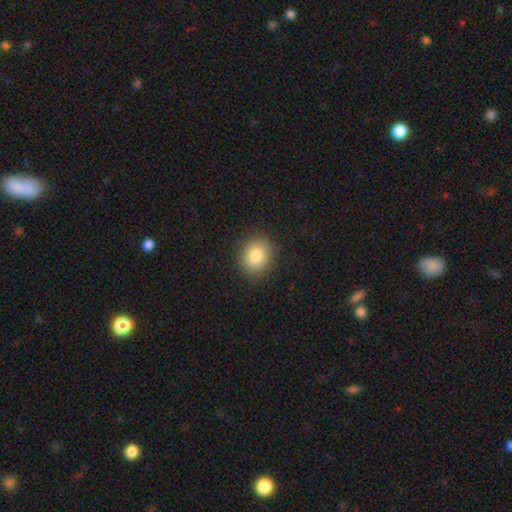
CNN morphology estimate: Overall: smooth (83%). How rounded: round (64%; in between 35%). Merging: none (88%).